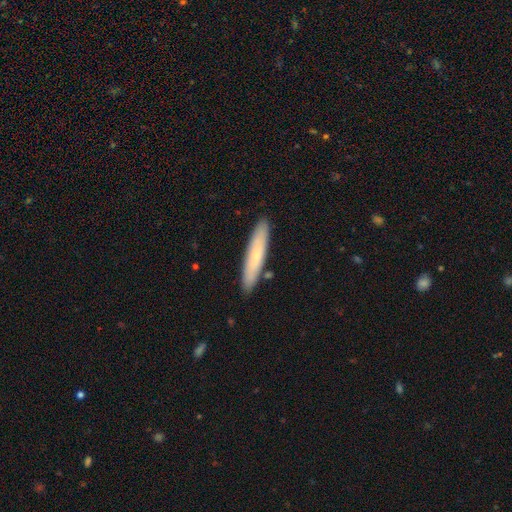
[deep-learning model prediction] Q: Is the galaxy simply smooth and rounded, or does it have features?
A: smooth — 67%.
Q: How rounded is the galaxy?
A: cigar-shaped — 88%.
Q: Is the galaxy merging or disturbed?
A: none — 88%.